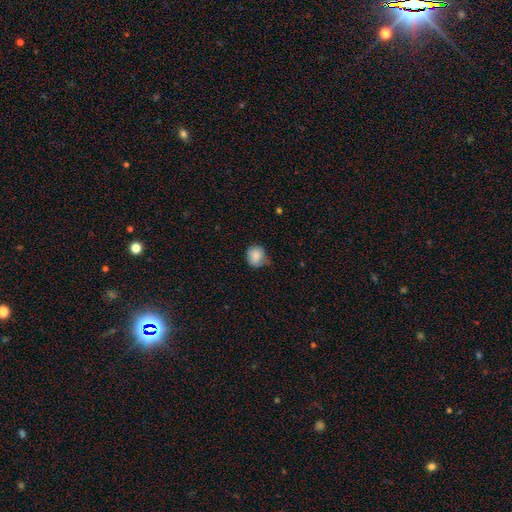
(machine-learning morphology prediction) This is clearly a smooth galaxy (84%). How rounded: likely round (78%). Merging: possibly none (51%).